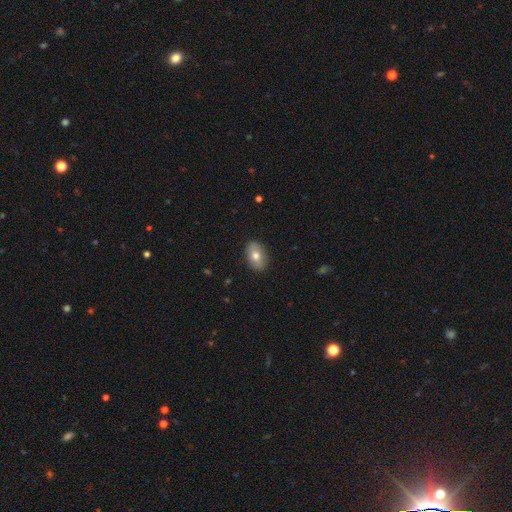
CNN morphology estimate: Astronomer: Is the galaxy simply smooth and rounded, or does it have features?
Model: smooth — 71%.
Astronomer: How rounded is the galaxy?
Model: in between — 86%.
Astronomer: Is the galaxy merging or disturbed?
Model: none — 87%.